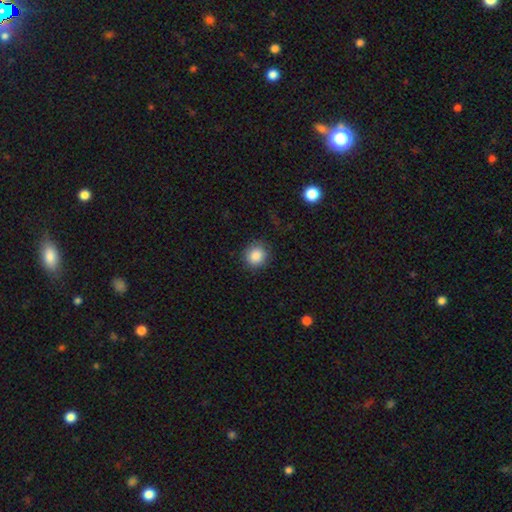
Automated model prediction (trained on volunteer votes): Q: Smooth or featured?
A: smooth (87%); runner-up: star or artifact (9%)
Q: How rounded?
A: round (89%); runner-up: in between (10%)
Q: Merging?
A: none (86%); runner-up: minor disturbance (10%)